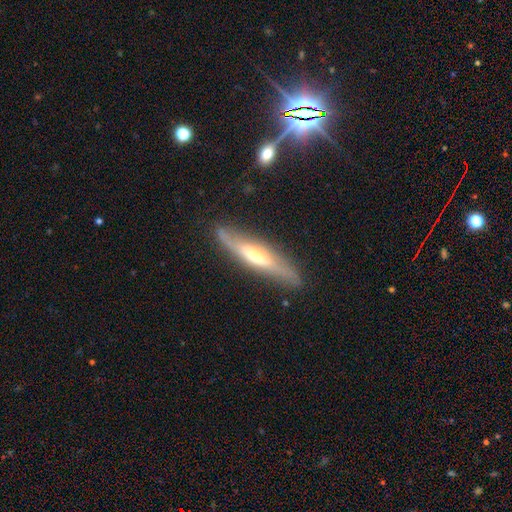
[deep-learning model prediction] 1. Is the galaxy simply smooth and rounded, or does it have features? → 65% featured or disk, 26% smooth, 9% star or artifact.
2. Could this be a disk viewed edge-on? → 73% yes, 27% no.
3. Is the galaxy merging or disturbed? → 80% none, 14% minor disturbance, 3% major disturbance, 2% merger.